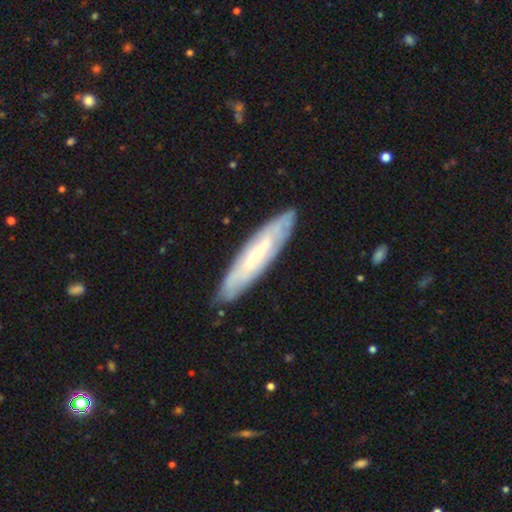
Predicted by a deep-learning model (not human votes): Q: Smooth or featured?
A: featured or disk (60%); runner-up: smooth (34%)
Q: Edge-on disk?
A: no (54%); runner-up: yes (46%)
Q: Merging?
A: none (84%); runner-up: minor disturbance (12%)